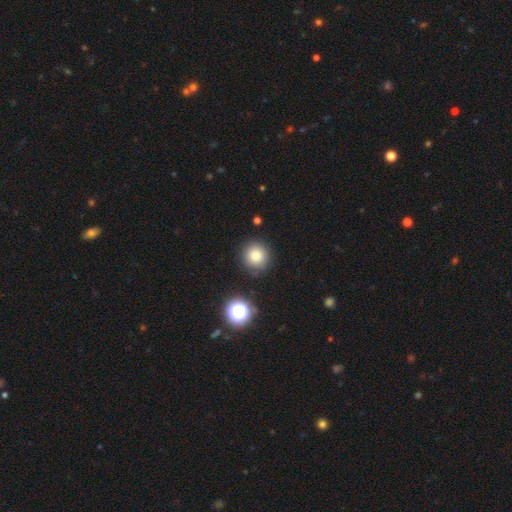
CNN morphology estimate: Smooth or featured: smooth — 78% (star or artifact — 14%)
How rounded: round — 93% (in between — 6%)
Merging: none — 87% (minor disturbance — 8%)